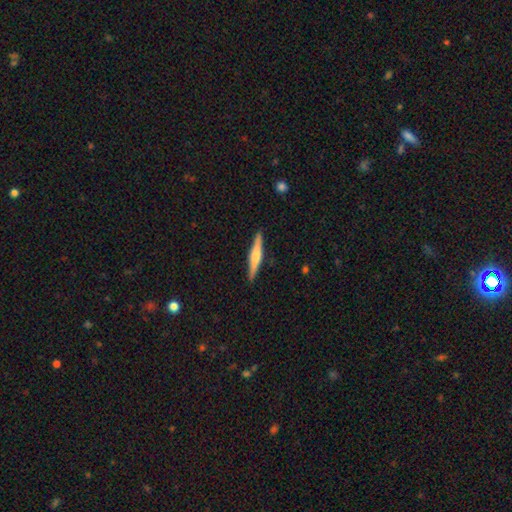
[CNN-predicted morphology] Overall: featured or disk (55%; smooth 39%). Edge-on disk: yes (98%). Edge-on bulge: rounded (68%). Merging: none (91%).